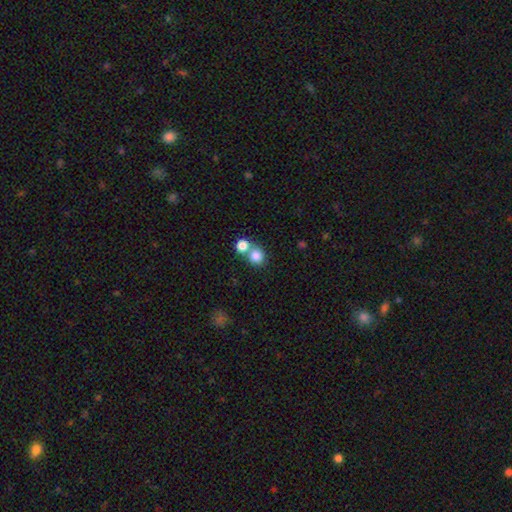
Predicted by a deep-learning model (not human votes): Overall: smooth (82%). How rounded: round (84%). Merging: merger (46%; none 45%).